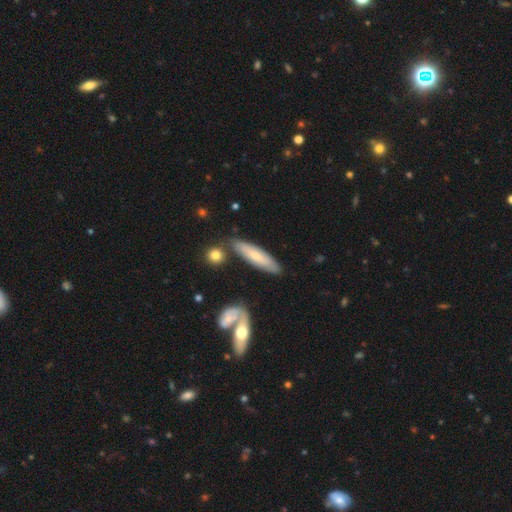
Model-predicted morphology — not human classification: A smooth galaxy with no disk features (60%) that is cigar-shaped (72%).

Vote fractions:
- Smooth or featured? smooth: 60% / featured or disk: 35% / star or artifact: 6%
- How rounded? cigar-shaped: 72% / in between: 26% / round: 2%
- Merging? none: 75% / minor disturbance: 14% / merger: 8% / major disturbance: 3%